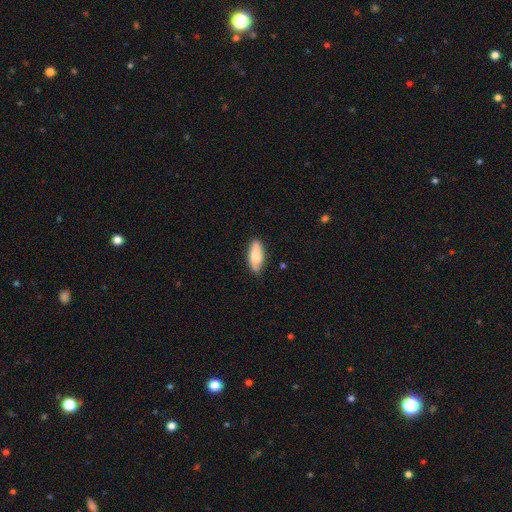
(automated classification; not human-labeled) Smooth or featured?
  - smooth: 79% *
  - featured or disk: 15%
  - star or artifact: 6%
How rounded?
  - in between: 74% *
  - cigar-shaped: 24%
  - round: 2%
Merging?
  - none: 81% *
  - minor disturbance: 15%
  - major disturbance: 2%
  - merger: 1%